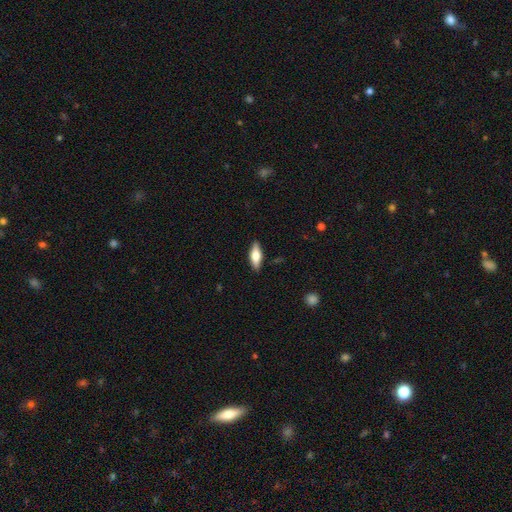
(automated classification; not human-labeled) smooth 59%, featured or disk 34%, star or artifact 6%. Down the decision tree: how rounded — in between (66%); merging — none (87%).